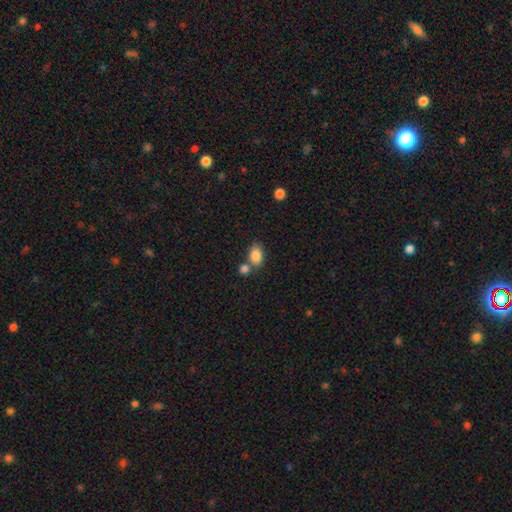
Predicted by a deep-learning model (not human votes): Smooth or featured?
  - smooth: 85% *
  - star or artifact: 8%
  - featured or disk: 7%
How rounded?
  - in between: 83% *
  - round: 16%
  - cigar-shaped: 2%
Merging?
  - none: 55% *
  - merger: 29%
  - minor disturbance: 12%
  - major disturbance: 4%